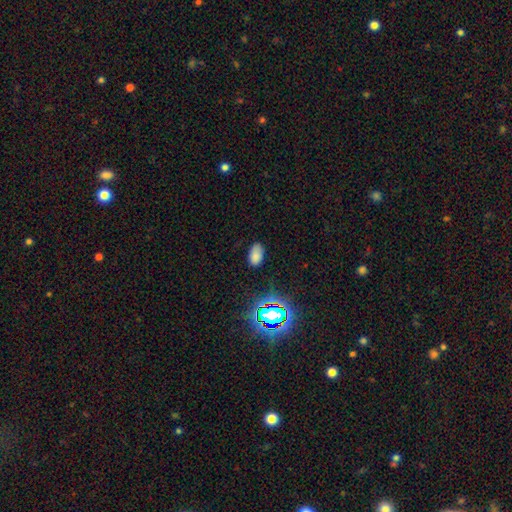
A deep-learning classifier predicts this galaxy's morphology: A smooth galaxy with no disk features (74%) that is in between round and cigar-shaped (93%). Merging: none (77%).